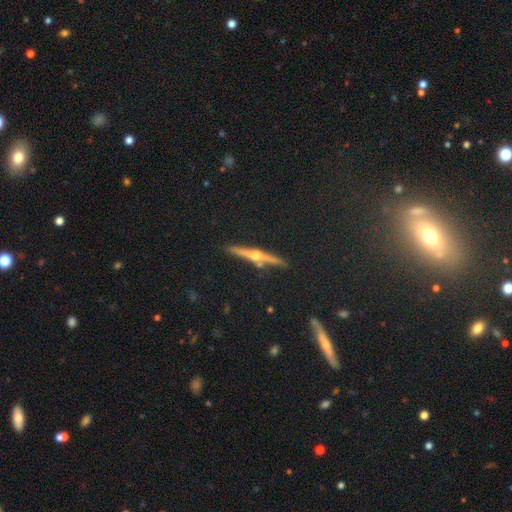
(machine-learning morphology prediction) Smooth or featured?
  - featured or disk: 75% *
  - smooth: 13%
  - star or artifact: 12%
Edge-on disk?
  - yes: 97% *
  - no: 3%
Edge-on bulge?
  - rounded: 93% *
  - none: 4%
  - boxy: 3%
Merging?
  - none: 89% *
  - minor disturbance: 7%
  - merger: 2%
  - major disturbance: 2%